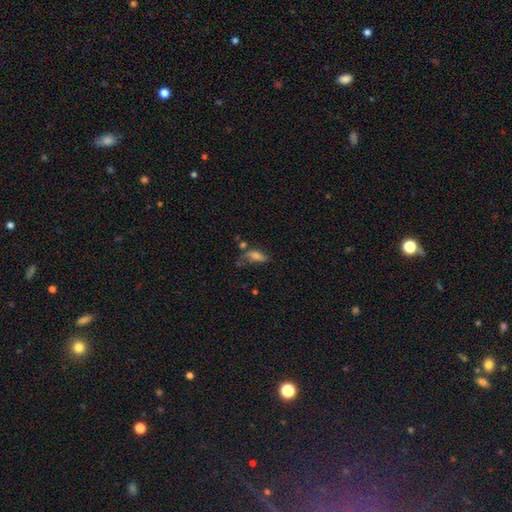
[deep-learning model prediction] Overall: smooth (61%; featured or disk 23%). How rounded: in between (72%). Merging: none (37%; minor disturbance 25%).